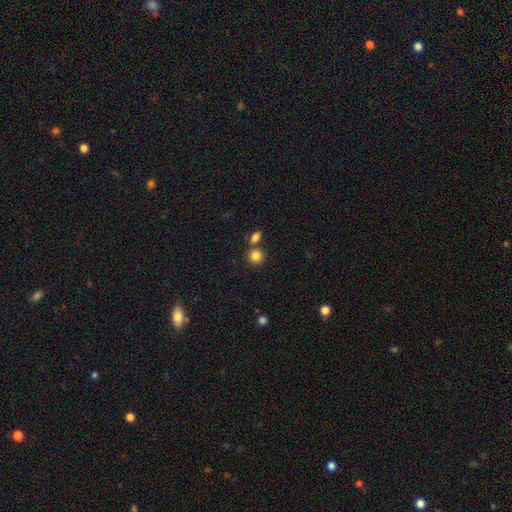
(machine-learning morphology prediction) Smooth or featured? Predicted: smooth (p=0.85). How rounded? Predicted: round (p=0.86). Merging? Predicted: none (p=0.68).